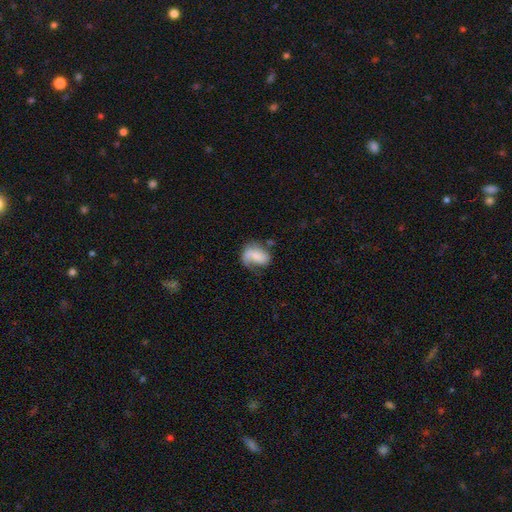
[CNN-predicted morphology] smooth-or-featured: featured or disk: 53% | smooth: 39% | star or artifact: 8%
  disk-edge-on: no: 97% | yes: 3%
    bar: no: 52% | weak: 35% | strong: 13%
    has-spiral-arms: yes: 85% | no: 15%
    bulge-size: small: 45% | moderate: 30% | none: 17% | large: 6% | dominant: 2%
  merging: none: 46% | minor disturbance: 26% | major disturbance: 24% | merger: 4%